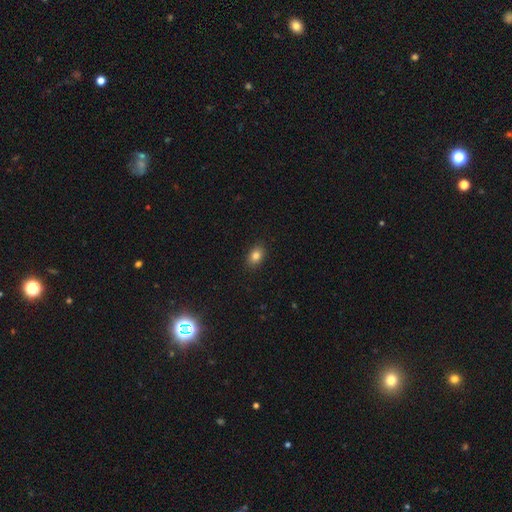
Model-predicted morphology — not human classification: Smooth or featured?
  - smooth: 83% *
  - star or artifact: 10%
  - featured or disk: 7%
How rounded?
  - in between: 77% *
  - round: 22%
  - cigar-shaped: 1%
Merging?
  - none: 89% *
  - minor disturbance: 8%
  - major disturbance: 2%
  - merger: 1%